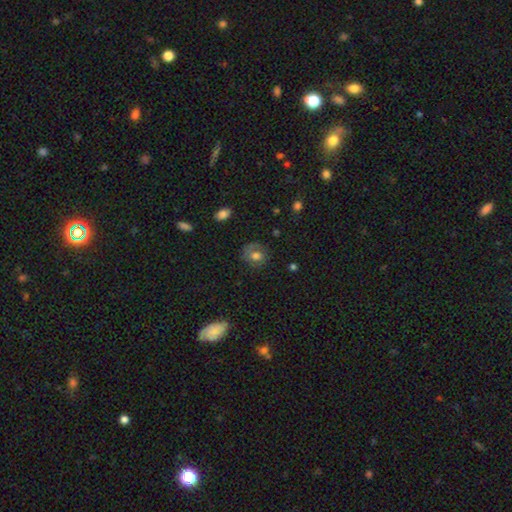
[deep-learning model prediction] Smooth or featured?
  - smooth: 59% *
  - featured or disk: 29%
  - star or artifact: 11%
How rounded?
  - round: 70% *
  - in between: 29%
  - cigar-shaped: 1%
Merging?
  - none: 64% *
  - minor disturbance: 21%
  - major disturbance: 13%
  - merger: 2%